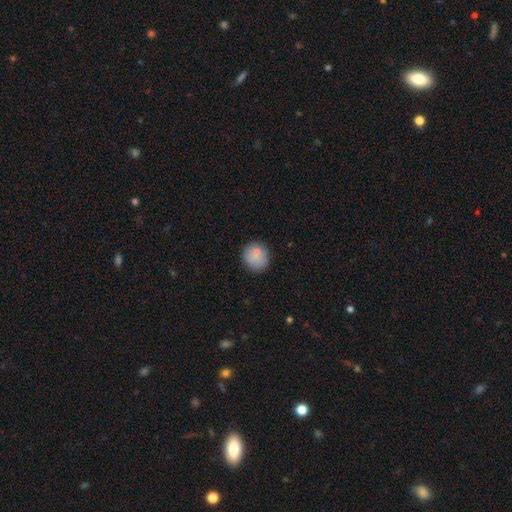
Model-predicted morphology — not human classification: smooth 80%, featured or disk 11%, star or artifact 9%. Down the decision tree: how rounded — round (87%); merging — none (78%).